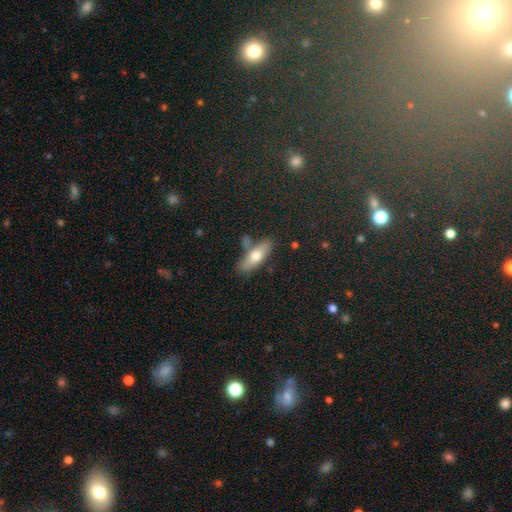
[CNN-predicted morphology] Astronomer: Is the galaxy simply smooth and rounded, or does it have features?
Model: smooth — 67%.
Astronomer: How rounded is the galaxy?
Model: in between — 58% (runner-up: cigar-shaped, 39%).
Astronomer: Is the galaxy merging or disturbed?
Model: none — 68%.